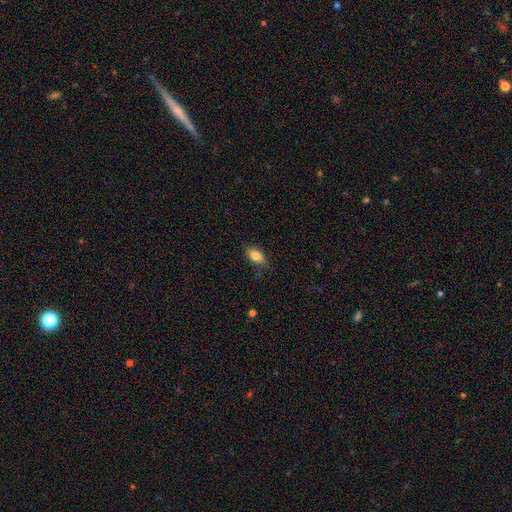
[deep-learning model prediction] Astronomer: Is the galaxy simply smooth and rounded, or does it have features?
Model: smooth — 84%.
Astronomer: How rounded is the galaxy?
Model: in between — 89%.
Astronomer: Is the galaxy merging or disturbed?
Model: none — 78%.